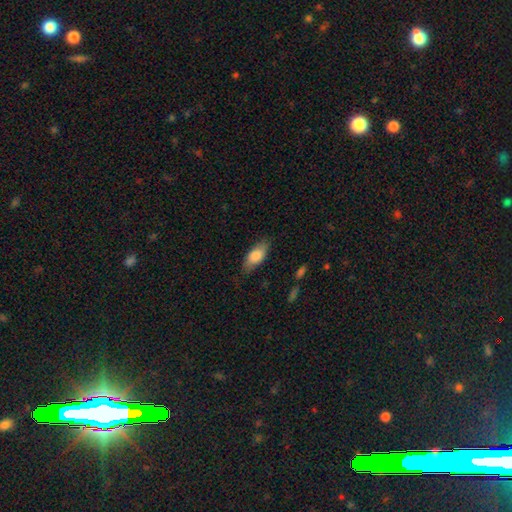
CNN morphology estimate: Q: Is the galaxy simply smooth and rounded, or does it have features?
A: smooth — 80%.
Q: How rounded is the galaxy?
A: in between — 84%.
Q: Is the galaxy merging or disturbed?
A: none — 79%.